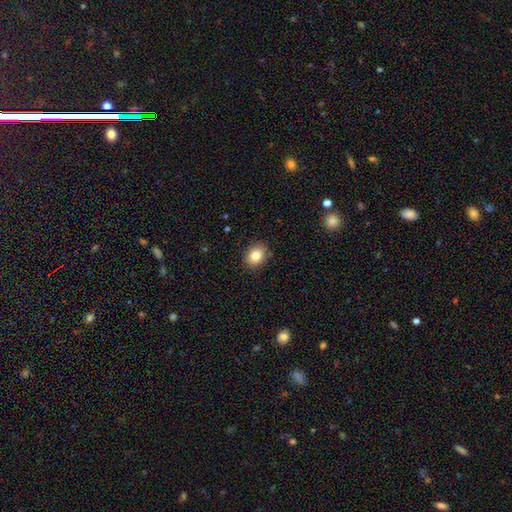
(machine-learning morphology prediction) smooth_or_featured: smooth (p=0.83) [alt: star or artifact p=0.09]
how_rounded: in between (p=0.52) [alt: round p=0.47]
merging: none (p=0.86) [alt: minor disturbance p=0.10]